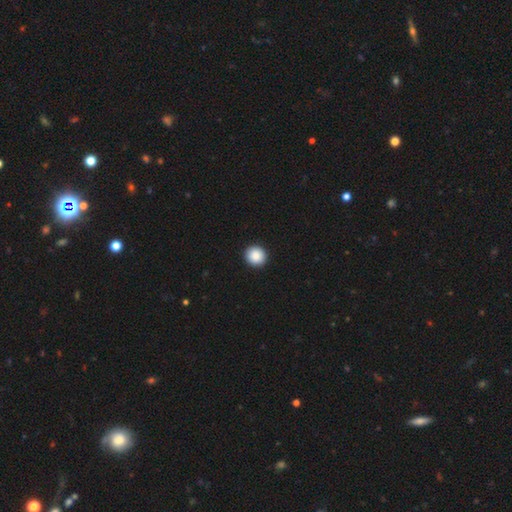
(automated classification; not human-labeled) Smooth or featured? Predicted: smooth (p=0.89). How rounded? Predicted: round (p=0.93). Merging? Predicted: none (p=0.94).